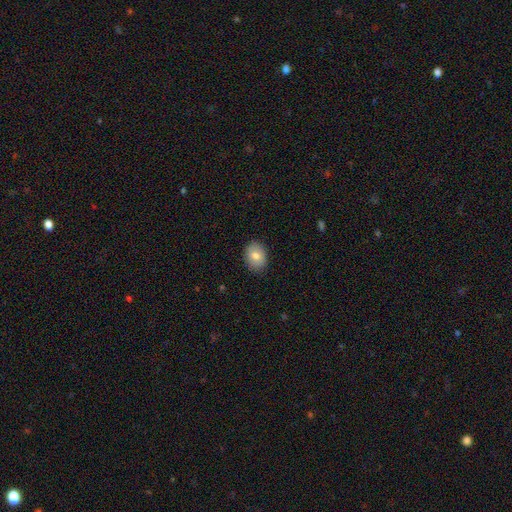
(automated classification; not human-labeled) smooth_or_featured: smooth (p=0.79) [alt: featured or disk p=0.14]
how_rounded: in between (p=0.60) [alt: round p=0.39]
merging: none (p=0.88) [alt: minor disturbance p=0.09]